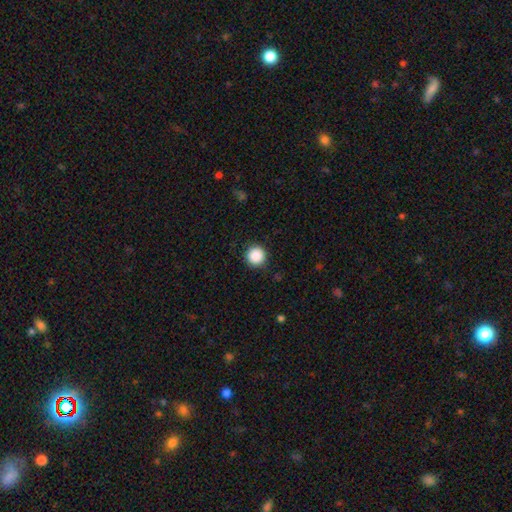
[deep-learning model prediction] This is clearly a smooth galaxy (88%). How rounded: clearly round (96%). Merging: clearly none (91%).